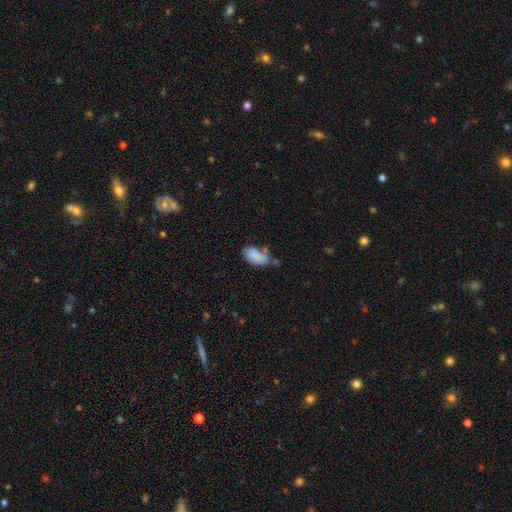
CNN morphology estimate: smooth_or_featured: smooth (p=0.84) [alt: featured or disk p=0.08]
how_rounded: in between (p=0.93) [alt: round p=0.04]
merging: none (p=0.50) [alt: minor disturbance p=0.26]